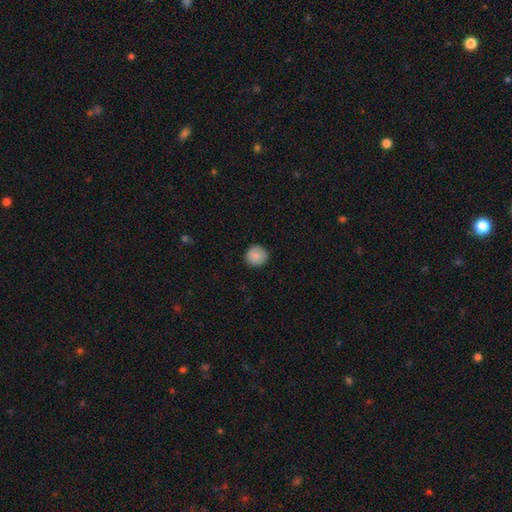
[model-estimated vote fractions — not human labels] Smooth or featured?
  - smooth: 86% *
  - star or artifact: 8%
  - featured or disk: 6%
How rounded?
  - round: 89% *
  - in between: 10%
  - cigar-shaped: 1%
Merging?
  - none: 88% *
  - minor disturbance: 9%
  - major disturbance: 2%
  - merger: 1%